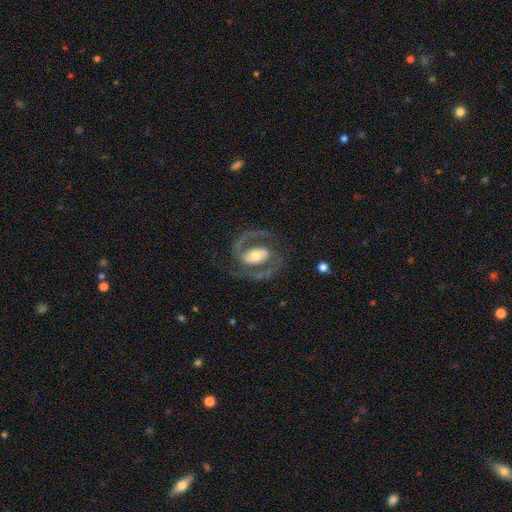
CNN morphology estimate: Overall: featured or disk (88%). Edge-on disk: no (97%). Bar: strong (37%; weak 35%). Spiral arms: yes (94%). Spiral arm count: 2 (91%). Spiral winding: medium (59%; tight 25%). Bulge size: moderate (56%; small 29%). Merging: none (76%).